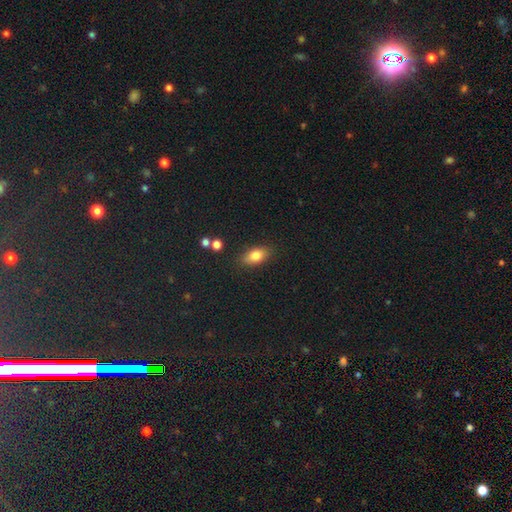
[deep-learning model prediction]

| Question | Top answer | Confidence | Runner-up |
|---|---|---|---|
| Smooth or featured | smooth | 80% | featured or disk (11%) |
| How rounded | in between | 85% | round (8%) |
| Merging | none | 84% | minor disturbance (11%) |